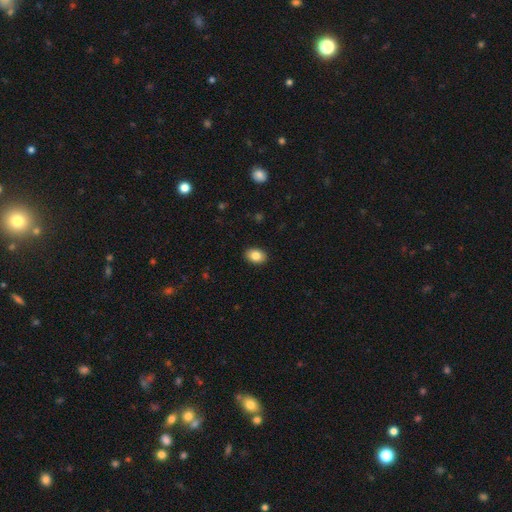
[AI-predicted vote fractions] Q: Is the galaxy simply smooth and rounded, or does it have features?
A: smooth — 84%.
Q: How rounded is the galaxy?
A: in between — 76%.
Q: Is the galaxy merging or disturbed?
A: none — 91%.